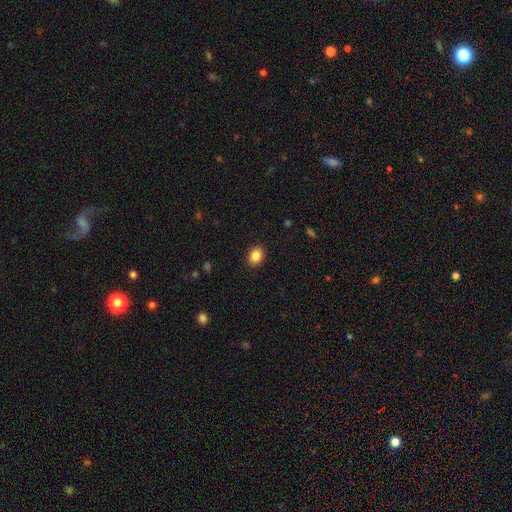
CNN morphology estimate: Overall: smooth (87%). How rounded: in between (57%; round 42%). Merging: none (90%).